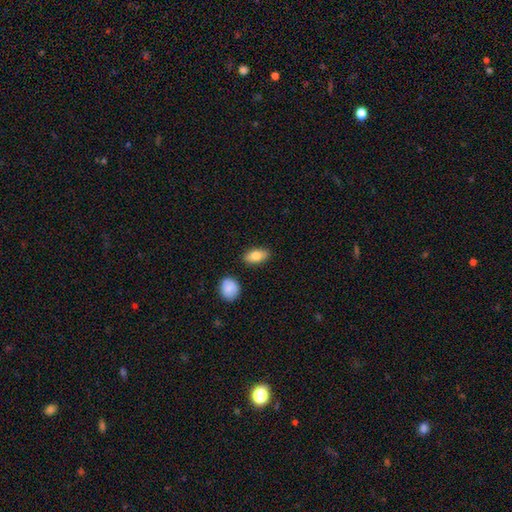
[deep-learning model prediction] A smooth galaxy with no disk features (81%) that is in between round and cigar-shaped (89%). Merging: none (86%).